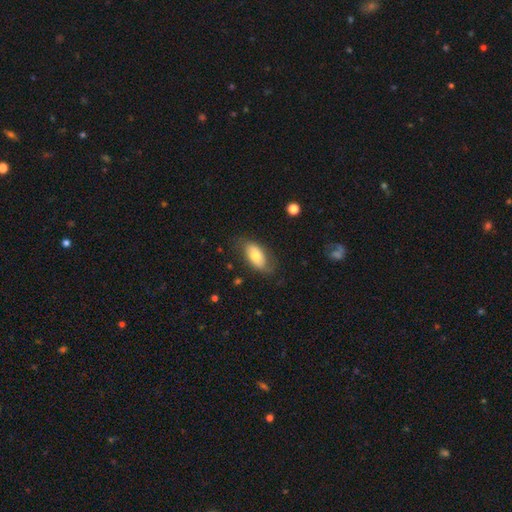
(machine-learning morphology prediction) Smooth or featured?
  - smooth: 65% *
  - featured or disk: 28%
  - star or artifact: 6%
How rounded?
  - in between: 92% *
  - cigar-shaped: 4%
  - round: 4%
Merging?
  - none: 68% *
  - minor disturbance: 22%
  - major disturbance: 8%
  - merger: 1%